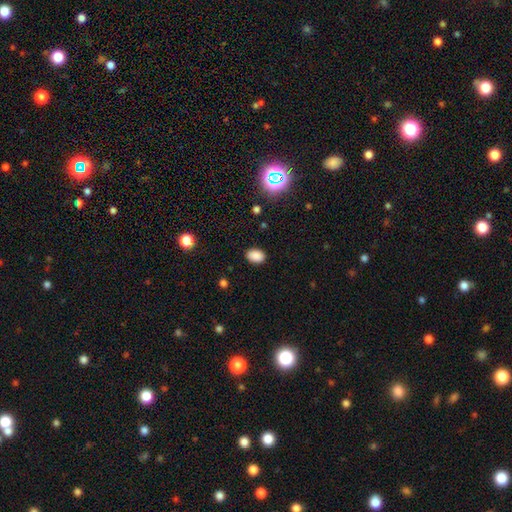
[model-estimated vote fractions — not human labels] The model was most divided on "how rounded": in between: 83%, round: 16%, cigar-shaped: 1%. More confident: merging — none (88%); smooth or featured — smooth (85%).